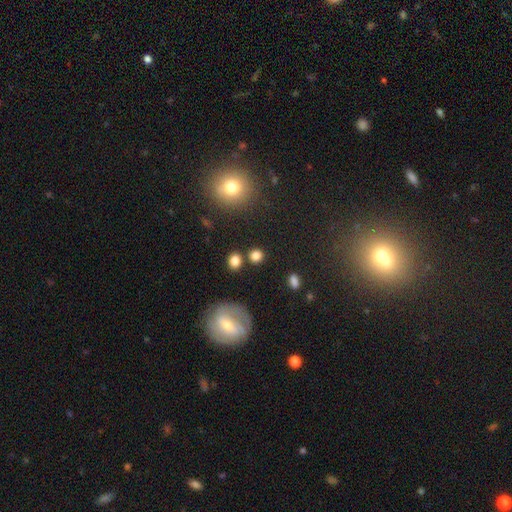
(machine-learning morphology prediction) smooth_or_featured: smooth (p=0.80) [alt: star or artifact p=0.13]
how_rounded: round (p=0.82) [alt: in between p=0.16]
merging: none (p=0.78) [alt: merger p=0.09]